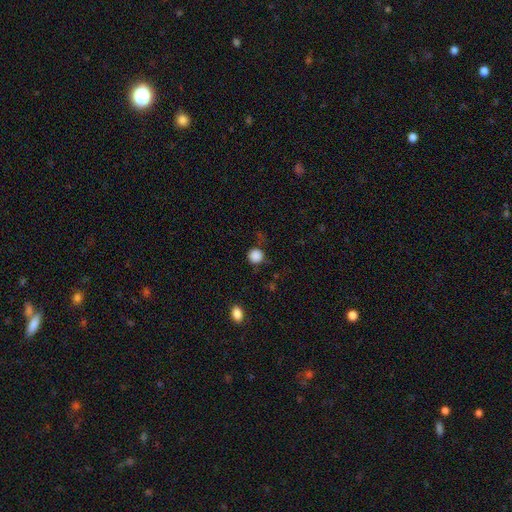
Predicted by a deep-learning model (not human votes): Smooth or featured? Predicted: smooth (p=0.86). How rounded? Predicted: round (p=0.94). Merging? Predicted: none (p=0.82).